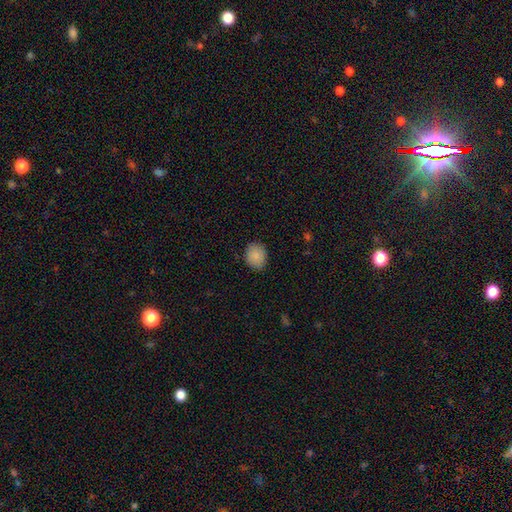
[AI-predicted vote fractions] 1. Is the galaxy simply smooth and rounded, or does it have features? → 88% smooth, 8% star or artifact, 4% featured or disk.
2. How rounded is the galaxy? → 58% round, 41% in between, 1% cigar-shaped.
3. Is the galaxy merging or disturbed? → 87% none, 10% minor disturbance, 2% major disturbance, 1% merger.